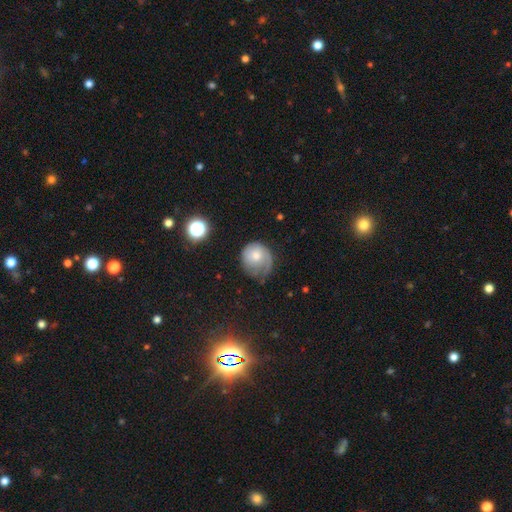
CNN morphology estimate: Overall: smooth (54%; featured or disk 38%). How rounded: round (77%). Merging: none (39%; minor disturbance 33%).